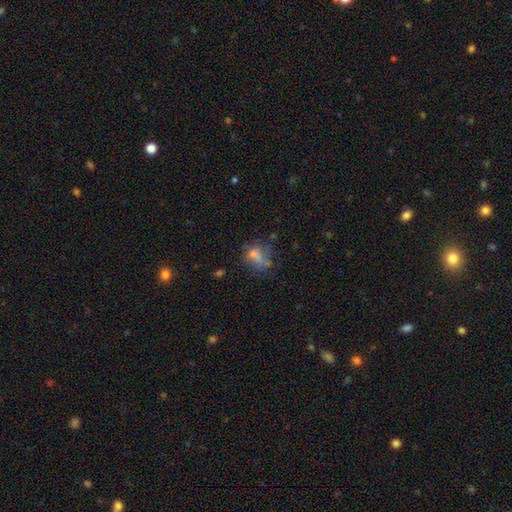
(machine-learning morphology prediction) This is possibly a smooth galaxy (56%). How rounded: likely in between (63%). Merging: marginally none (39%).